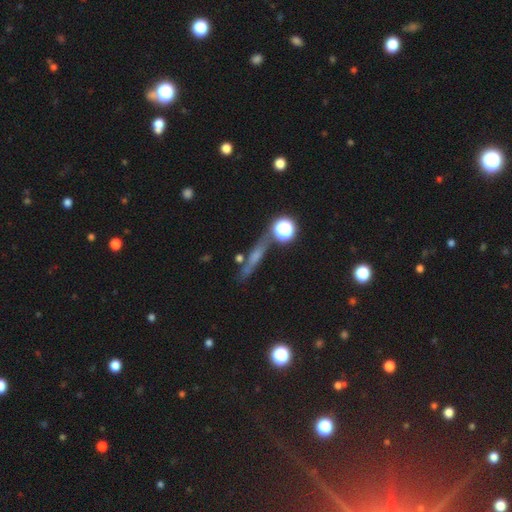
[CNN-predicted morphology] Q: Smooth or featured?
A: smooth (39%); tied with: featured or disk (39%)
Q: Merging?
A: none (73%); runner-up: minor disturbance (13%)